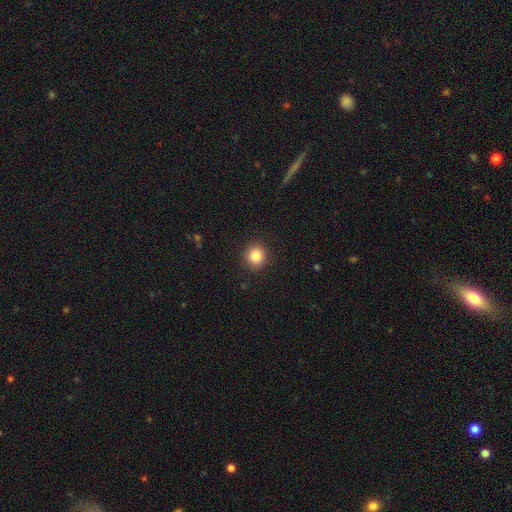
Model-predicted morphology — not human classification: A smooth galaxy with no disk features (84%) that is round (91%). Merging: none (92%).